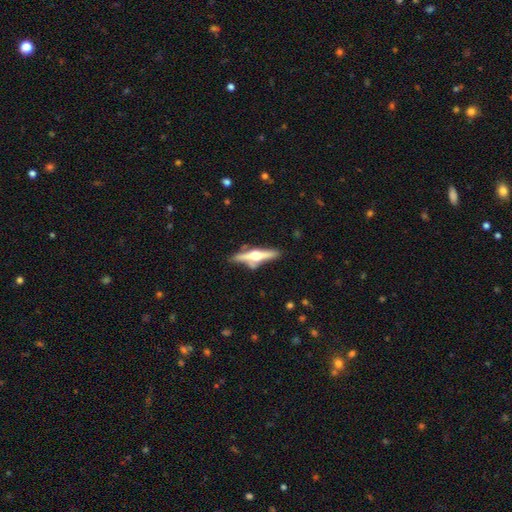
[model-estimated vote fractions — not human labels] smooth-or-featured: featured or disk: 71% | smooth: 23% | star or artifact: 6%
  disk-edge-on: yes: 96% | no: 4%
    edge-on-bulge: rounded: 95% | boxy: 3% | none: 2%
  merging: none: 72% | minor disturbance: 14% | merger: 9% | major disturbance: 5%